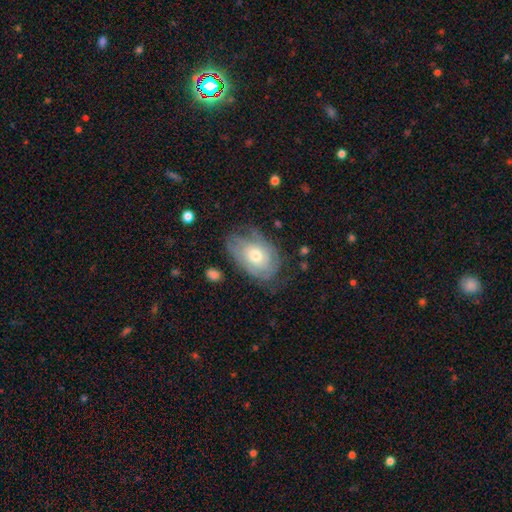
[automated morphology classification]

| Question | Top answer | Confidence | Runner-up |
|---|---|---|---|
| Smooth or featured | featured or disk | 64% | smooth (29%) |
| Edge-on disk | no | 94% | yes (6%) |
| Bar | no | 83% | weak (15%) |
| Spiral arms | yes | 76% | no (24%) |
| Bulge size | moderate | 68% | small (22%) |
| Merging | none | 60% | minor disturbance (26%) |